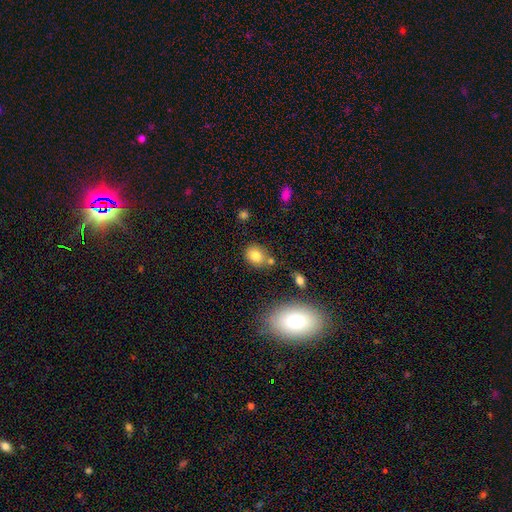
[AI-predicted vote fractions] Smooth or featured: smooth — 80% (star or artifact — 11%)
How rounded: round — 54% (in between — 45%)
Merging: none — 67% (minor disturbance — 15%)